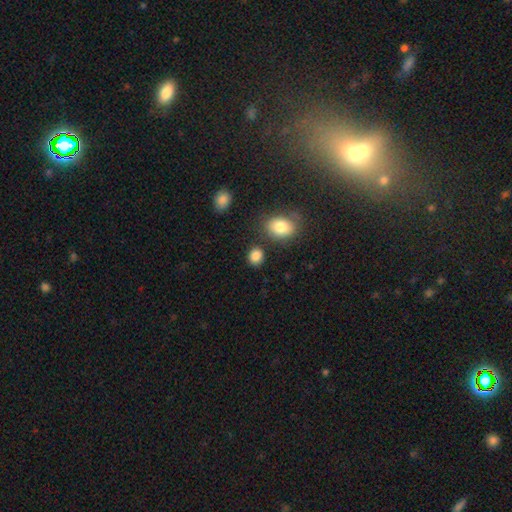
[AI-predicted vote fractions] Smooth or featured? Predicted: smooth (p=0.86). How rounded? Predicted: round (p=0.66). Merging? Predicted: none (p=0.80).